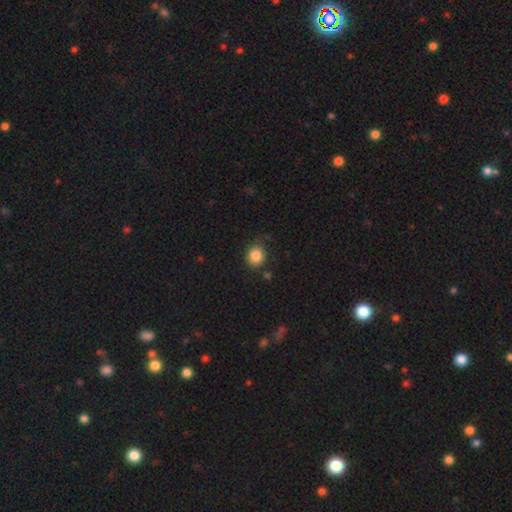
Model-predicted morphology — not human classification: Smooth or featured: smooth — 85% (star or artifact — 10%)
How rounded: round — 72% (in between — 27%)
Merging: none — 78% (minor disturbance — 15%)